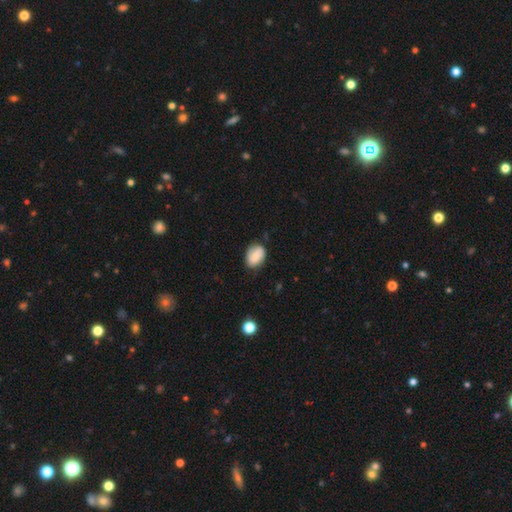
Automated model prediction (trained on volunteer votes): Overall: smooth (70%). How rounded: in between (80%). Merging: none (71%).